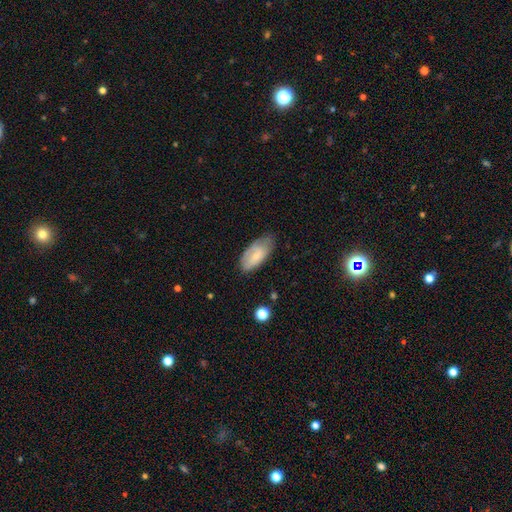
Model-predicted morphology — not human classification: Overall: smooth (66%; featured or disk 27%). How rounded: in between (92%). Merging: none (57%; minor disturbance 33%).